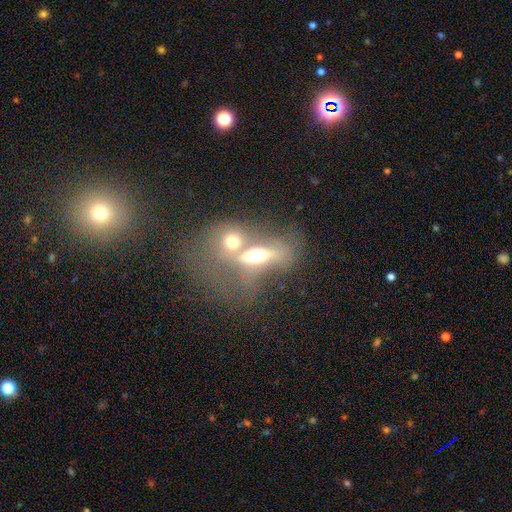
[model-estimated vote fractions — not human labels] The model was most divided on "smooth or featured": smooth: 45%, featured or disk: 43%, star or artifact: 12%. More confident: merging — merger (69%).